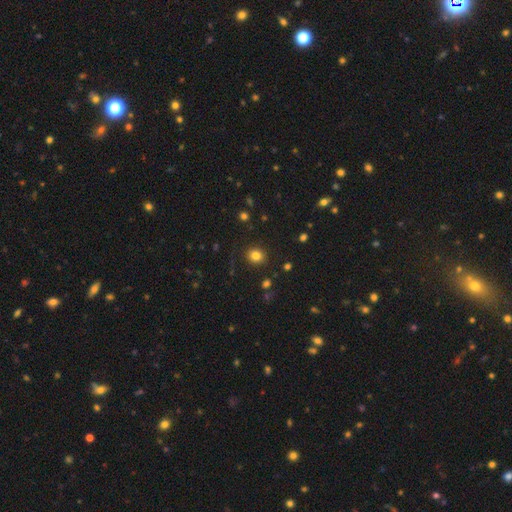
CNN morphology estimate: Overall: smooth (81%). How rounded: round (80%). Merging: none (89%).